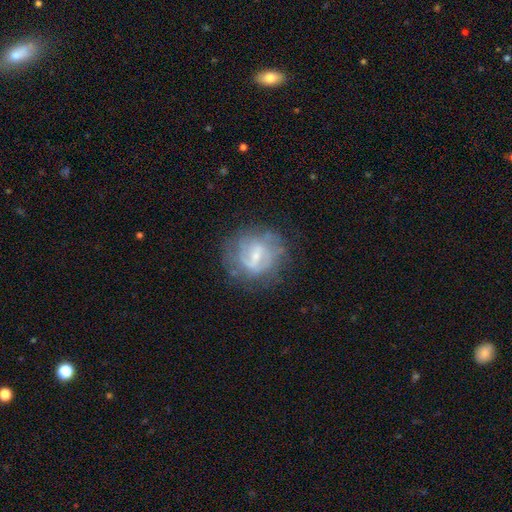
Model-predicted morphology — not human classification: Smooth or featured? featured or disk (66%)
Edge-on disk? no (97%)
Bar? weak (53%)
Spiral arms? yes (63%)
Bulge size? small (58%)
Merging? none (69%)